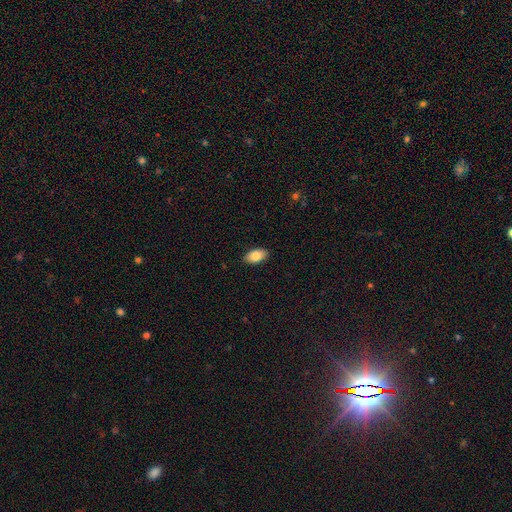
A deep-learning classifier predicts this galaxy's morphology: Smooth or featured: smooth — 86% (star or artifact — 7%)
How rounded: in between — 94% (round — 4%)
Merging: none — 89% (minor disturbance — 8%)